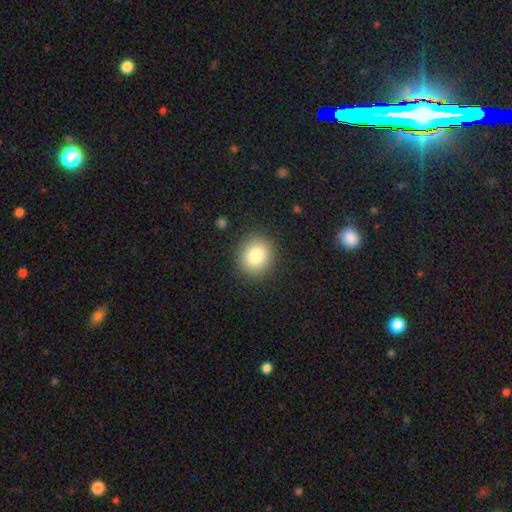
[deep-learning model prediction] Smooth or featured: smooth — 84% (star or artifact — 9%)
How rounded: round — 74% (in between — 25%)
Merging: none — 89% (minor disturbance — 7%)